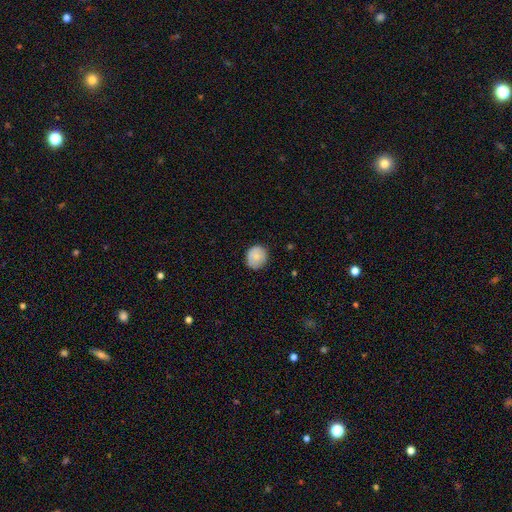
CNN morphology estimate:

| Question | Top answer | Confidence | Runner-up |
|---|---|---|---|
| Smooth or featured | smooth | 79% | featured or disk (13%) |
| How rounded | round | 75% | in between (24%) |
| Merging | none | 82% | minor disturbance (14%) |